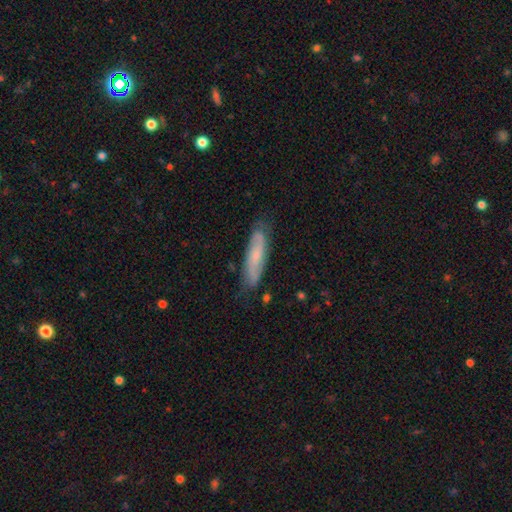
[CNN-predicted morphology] A featured or disk galaxy (47%). Merging: none (76%).